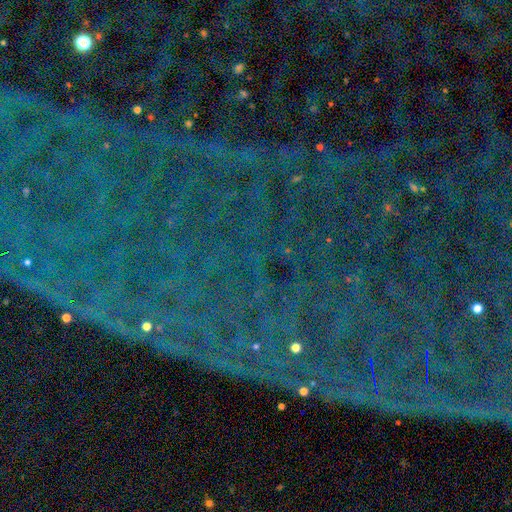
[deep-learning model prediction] star or artifact 86%, featured or disk 7%, smooth 7%.